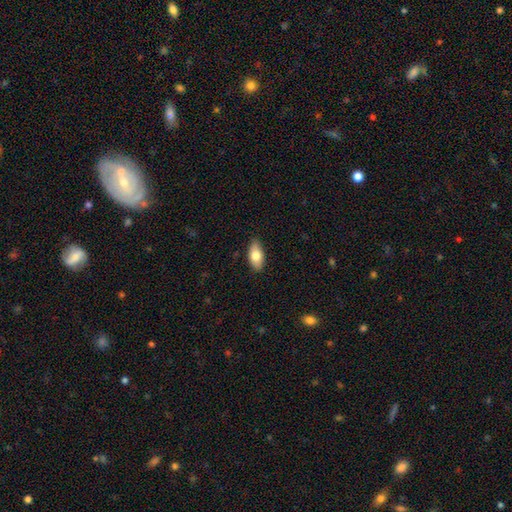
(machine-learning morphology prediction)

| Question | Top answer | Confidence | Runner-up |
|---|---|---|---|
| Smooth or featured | smooth | 77% | featured or disk (17%) |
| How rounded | in between | 89% | cigar-shaped (8%) |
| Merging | none | 86% | minor disturbance (11%) |